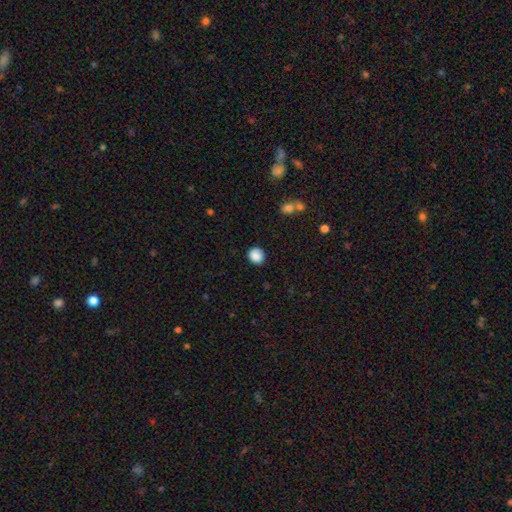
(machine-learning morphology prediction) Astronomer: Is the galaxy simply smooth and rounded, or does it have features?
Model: smooth — 87%.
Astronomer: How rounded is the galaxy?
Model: round — 81%.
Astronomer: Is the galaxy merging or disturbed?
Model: none — 87%.